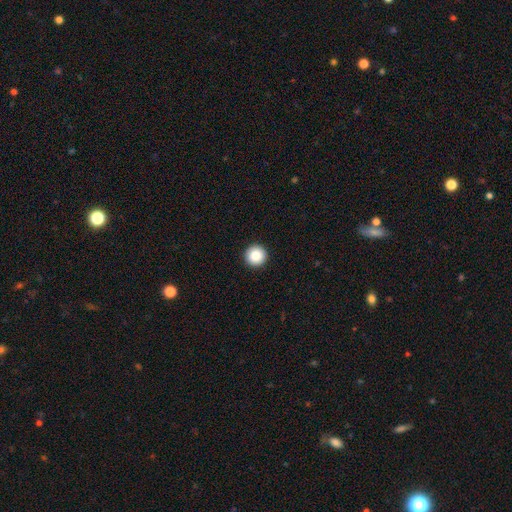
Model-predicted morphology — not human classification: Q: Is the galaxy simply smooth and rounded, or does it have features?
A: smooth — 87%.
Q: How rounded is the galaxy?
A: round — 97%.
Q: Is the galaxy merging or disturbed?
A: none — 94%.